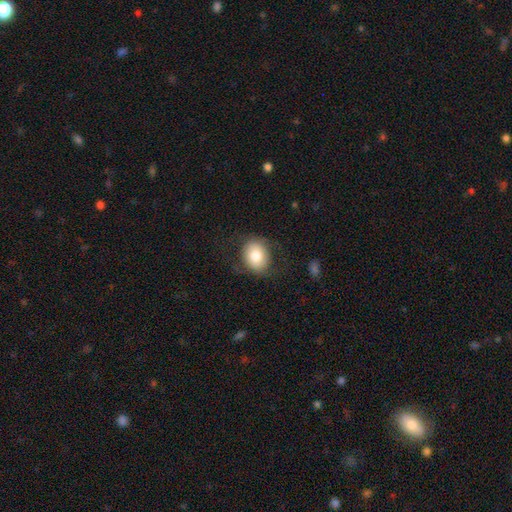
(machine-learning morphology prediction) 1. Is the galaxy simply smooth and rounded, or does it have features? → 77% smooth, 15% featured or disk, 8% star or artifact.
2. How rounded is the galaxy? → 52% round, 47% in between, 1% cigar-shaped.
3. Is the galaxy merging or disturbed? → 76% none, 15% minor disturbance, 8% major disturbance, 1% merger.